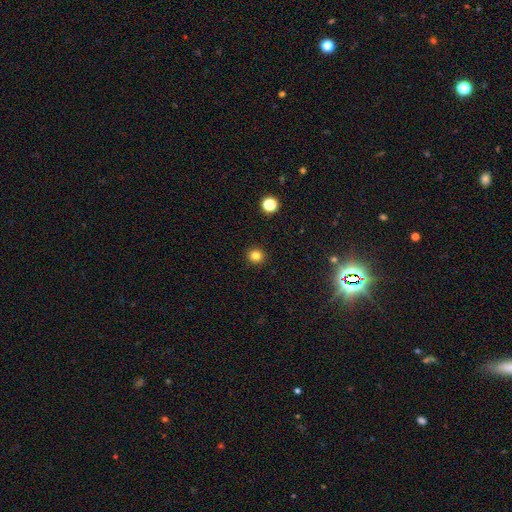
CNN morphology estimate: Smooth or featured? smooth (81%)
How rounded? round (92%)
Merging? none (92%)